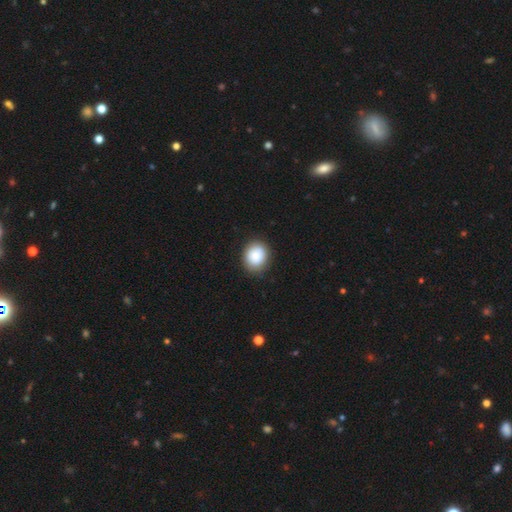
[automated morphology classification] Q: Smooth or featured?
A: smooth (88%); runner-up: star or artifact (7%)
Q: How rounded?
A: round (69%); runner-up: in between (30%)
Q: Merging?
A: none (86%); runner-up: minor disturbance (10%)